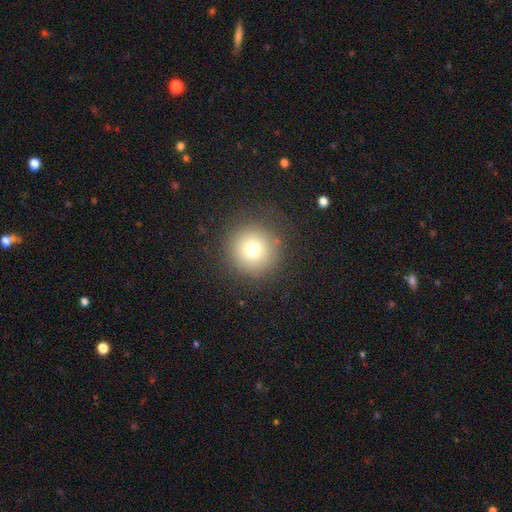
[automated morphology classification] Q: Smooth or featured?
A: smooth (64%); runner-up: star or artifact (26%)
Q: How rounded?
A: round (96%); runner-up: in between (3%)
Q: Merging?
A: none (92%); runner-up: minor disturbance (4%)